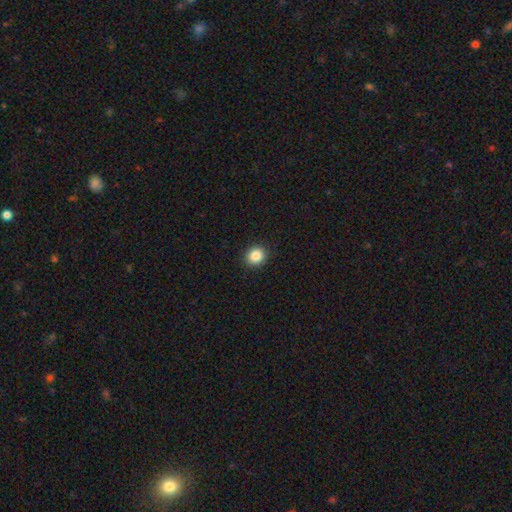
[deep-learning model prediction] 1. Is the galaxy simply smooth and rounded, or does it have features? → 85% smooth, 10% star or artifact, 5% featured or disk.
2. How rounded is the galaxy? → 85% round, 14% in between, 1% cigar-shaped.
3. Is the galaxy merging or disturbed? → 92% none, 5% minor disturbance, 2% major disturbance, 1% merger.